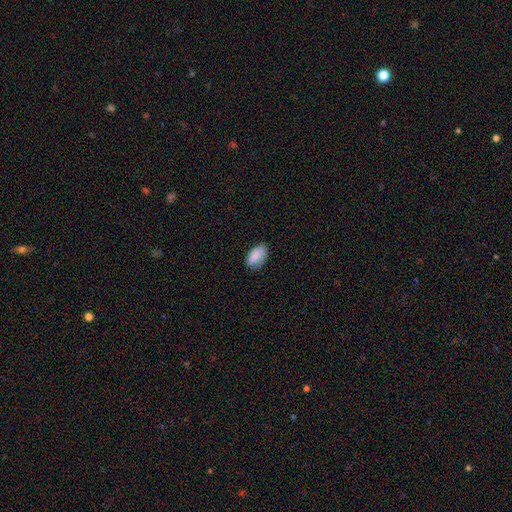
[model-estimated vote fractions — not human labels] A smooth galaxy with no disk features (85%) that is in between round and cigar-shaped (93%). Merging: none (65%).